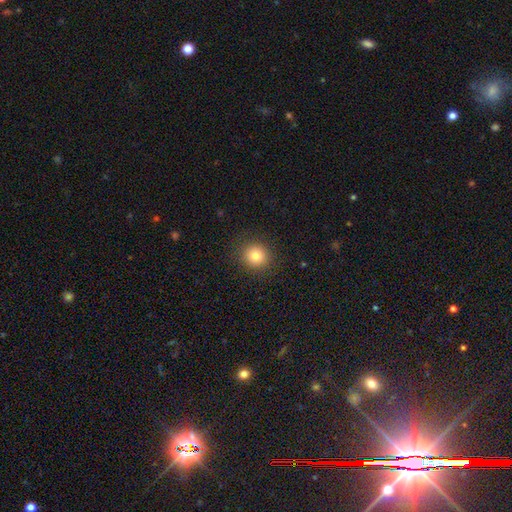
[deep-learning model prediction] Morphology: type=smooth (81%); roundness=round (88%); merging=none (90%).